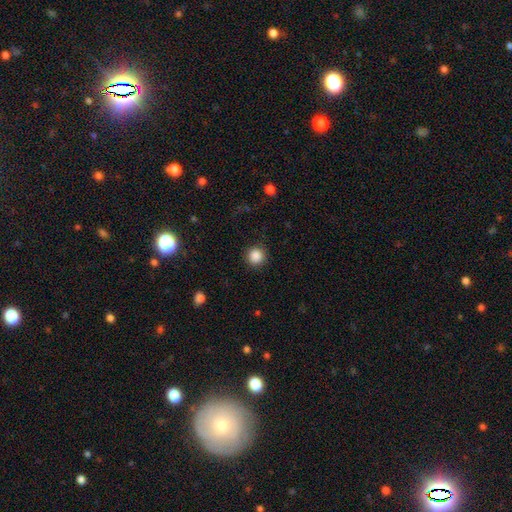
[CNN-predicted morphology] Smooth or featured? smooth (87%)
How rounded? round (94%)
Merging? none (89%)